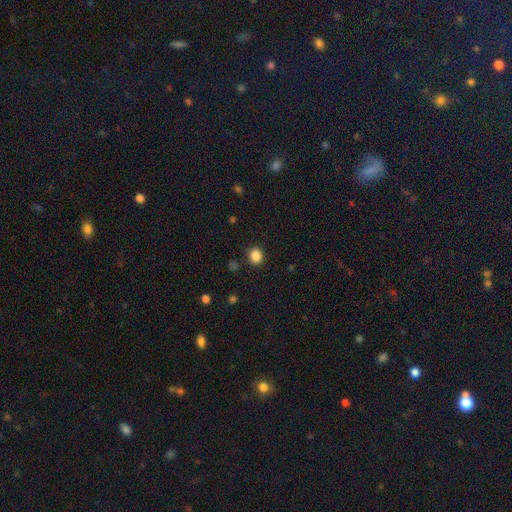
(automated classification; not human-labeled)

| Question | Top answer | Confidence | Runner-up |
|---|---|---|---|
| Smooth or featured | smooth | 86% | star or artifact (11%) |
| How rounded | round | 82% | in between (17%) |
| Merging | none | 87% | minor disturbance (9%) |